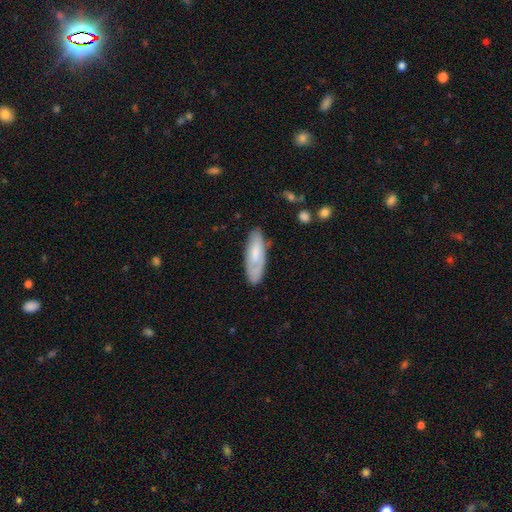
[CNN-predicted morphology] Smooth or featured: smooth — 62% (featured or disk — 32%)
How rounded: in between — 59% (cigar-shaped — 39%)
Merging: none — 72% (minor disturbance — 21%)